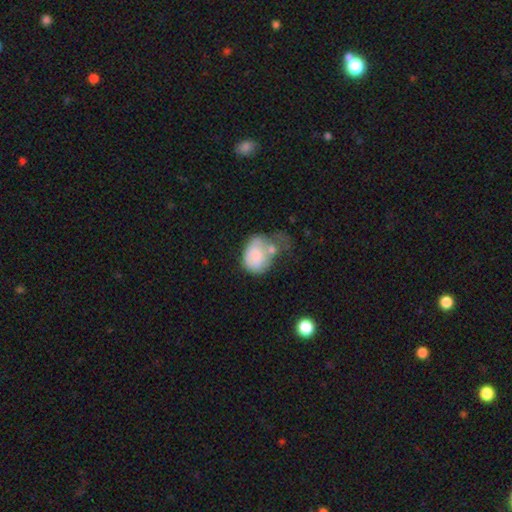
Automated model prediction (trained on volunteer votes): Smooth or featured: smooth — 70% (featured or disk — 23%)
How rounded: in between — 61% (round — 38%)
Merging: merger — 35% (major disturbance — 28%)